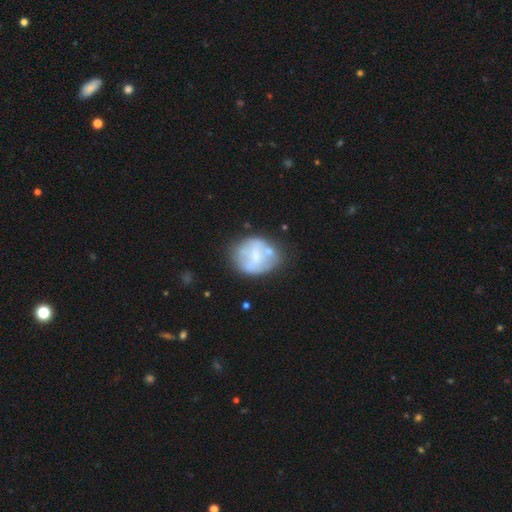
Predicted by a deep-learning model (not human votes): A featured or disk galaxy (48%). Merging: none (53%).